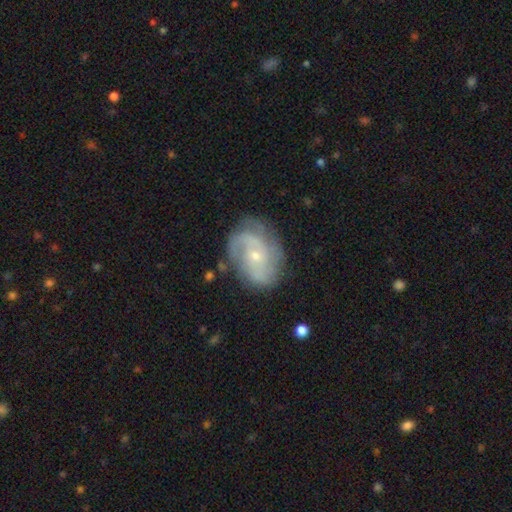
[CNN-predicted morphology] This appears to be a featured or disk galaxy (81%) with no bar (65%), 2 (52%) medium (43%) spiral arms (93%) and a small central bulge (68%). Merging: none (68%).